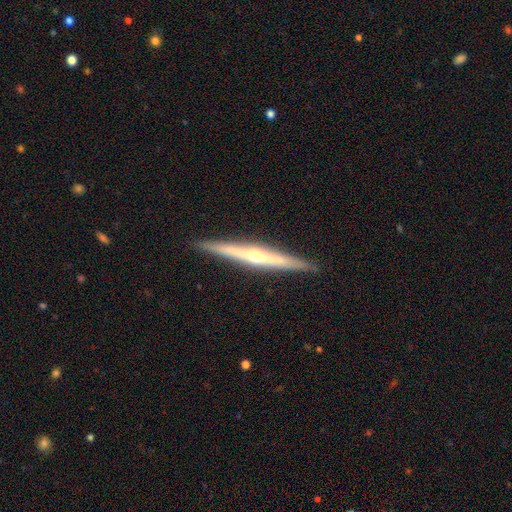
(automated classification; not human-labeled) This appears to be a featured or disk galaxy (77%) viewed edge-on (98%) with a rounded central bulge (86%). Merging: none (92%).